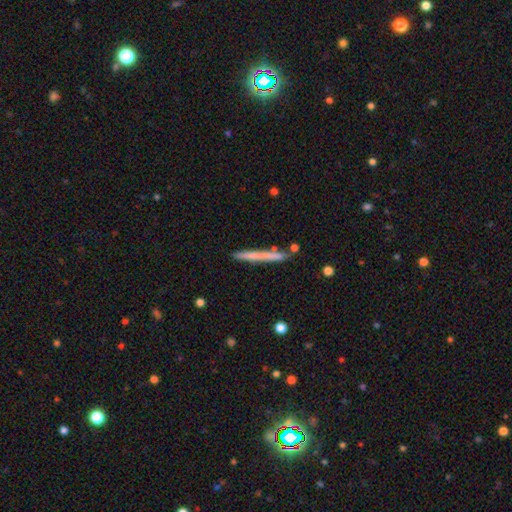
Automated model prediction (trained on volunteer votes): Smooth or featured? smooth (59%)
How rounded? cigar-shaped (97%)
Merging? none (83%)